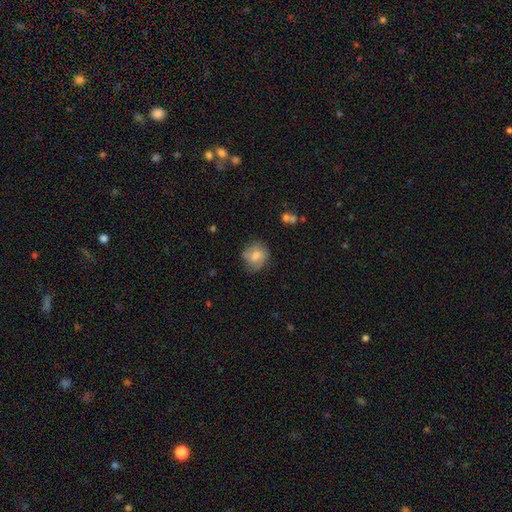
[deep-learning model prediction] Morphology: type=smooth (67%); roundness=round (70%); merging=none (61%).